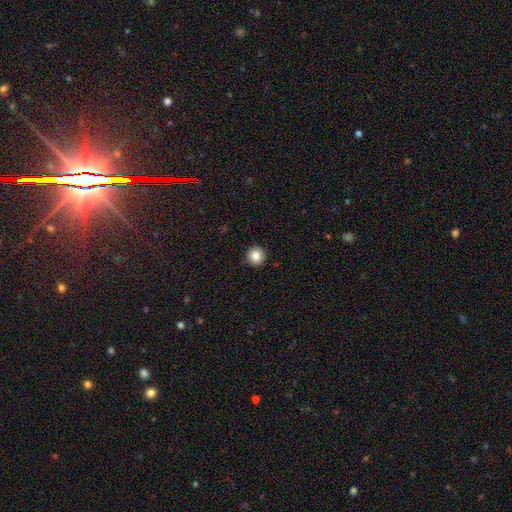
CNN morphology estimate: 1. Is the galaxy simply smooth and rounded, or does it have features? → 85% smooth, 10% star or artifact, 5% featured or disk.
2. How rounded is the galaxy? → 95% round, 4% in between, 1% cigar-shaped.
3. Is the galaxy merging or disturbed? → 92% none, 5% minor disturbance, 2% major disturbance, 1% merger.